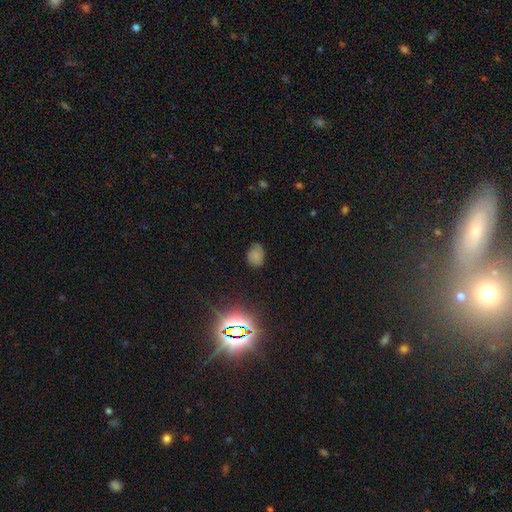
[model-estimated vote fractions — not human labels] Smooth or featured? Predicted: smooth (p=0.70). How rounded? Predicted: in between (p=0.60). Merging? Predicted: none (p=0.73).